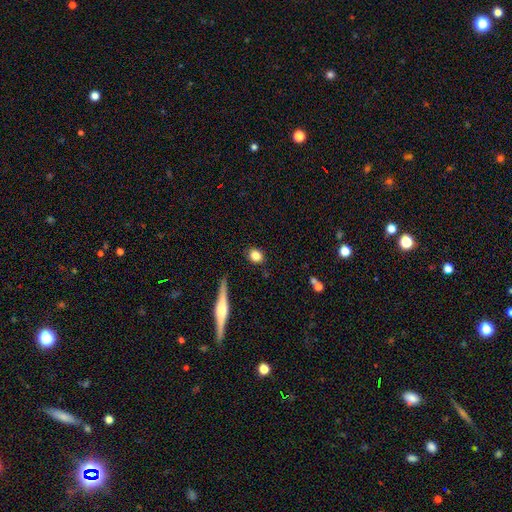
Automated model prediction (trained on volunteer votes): A smooth galaxy with no disk features (82%) that is round (56%). Merging: none (86%).